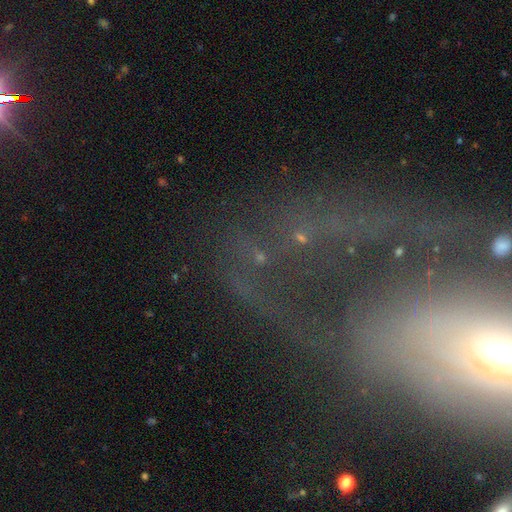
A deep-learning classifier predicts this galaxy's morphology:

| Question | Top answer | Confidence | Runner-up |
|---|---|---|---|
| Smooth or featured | star or artifact | 45% | featured or disk (38%) |